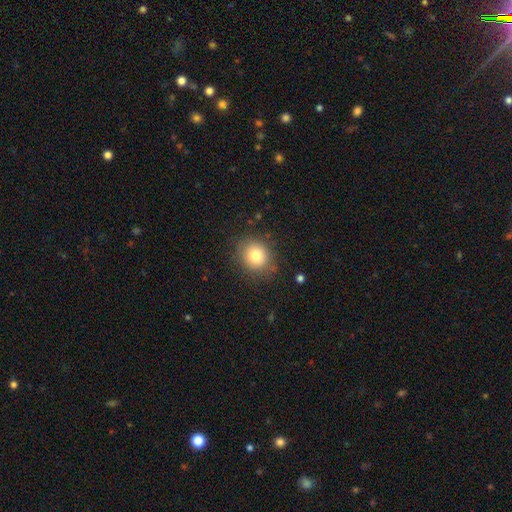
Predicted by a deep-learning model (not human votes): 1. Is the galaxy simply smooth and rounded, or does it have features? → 80% smooth, 10% star or artifact, 10% featured or disk.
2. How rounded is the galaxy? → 76% round, 23% in between, 1% cigar-shaped.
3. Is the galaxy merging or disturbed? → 83% none, 12% minor disturbance, 4% major disturbance, 1% merger.